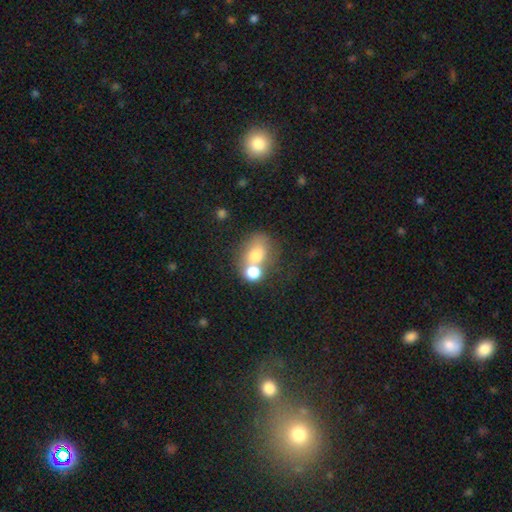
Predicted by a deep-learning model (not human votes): smooth_or_featured: smooth (p=0.71) [alt: featured or disk p=0.17]
how_rounded: round (p=0.52) [alt: in between p=0.47]
merging: merger (p=0.54) [alt: none p=0.29]